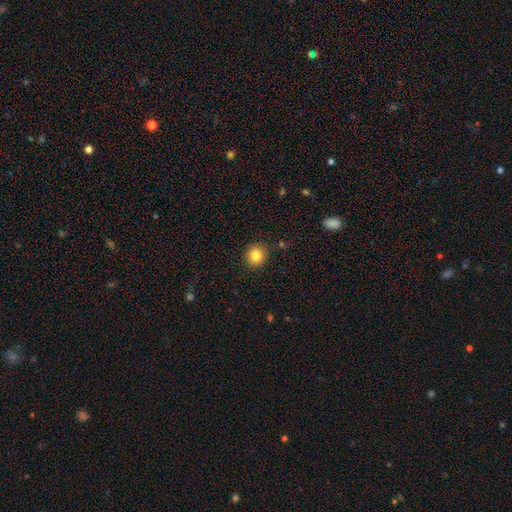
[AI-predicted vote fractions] smooth 84%, star or artifact 11%, featured or disk 6%. Down the decision tree: how rounded — round (91%); merging — none (89%).